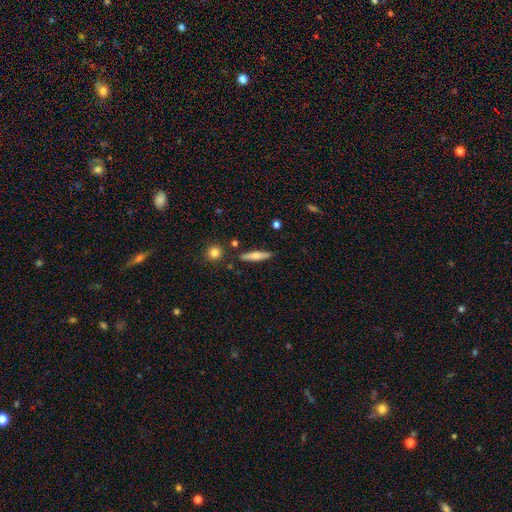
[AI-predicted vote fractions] This appears to be a smooth galaxy with no disk features (56%) that is cigar-shaped (81%). Merging: none (86%).